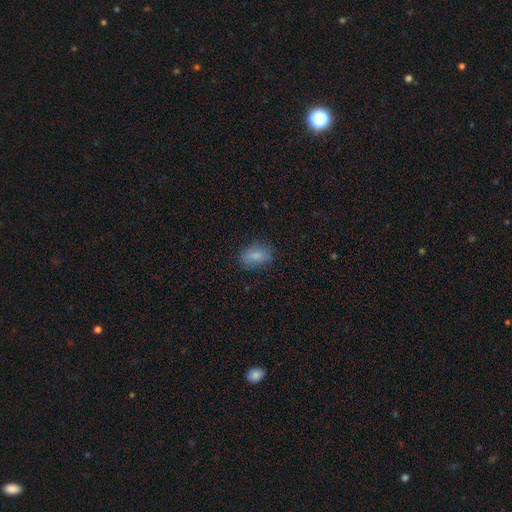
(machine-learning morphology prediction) This is clearly a smooth galaxy (81%). How rounded: likely in between (80%). Merging: likely none (78%).